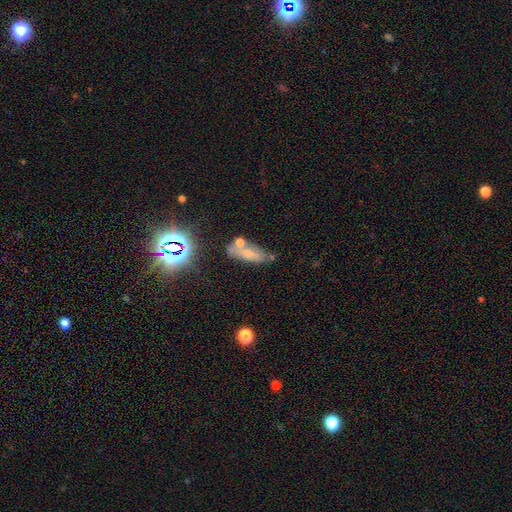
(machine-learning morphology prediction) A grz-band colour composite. It shows a smooth galaxy with no disk features (66%) that is in between round and cigar-shaped (71%). Merging: none (49%).